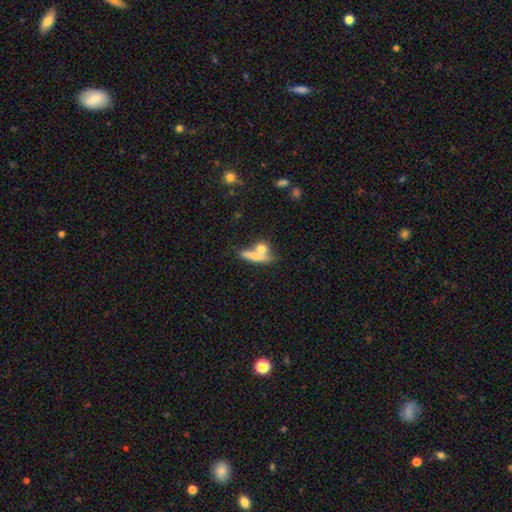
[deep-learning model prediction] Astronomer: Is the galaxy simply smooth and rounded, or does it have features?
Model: smooth — 66%.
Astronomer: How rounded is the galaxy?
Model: cigar-shaped — 54%.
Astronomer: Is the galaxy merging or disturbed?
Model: none — 46% (runner-up: merger, 37%).